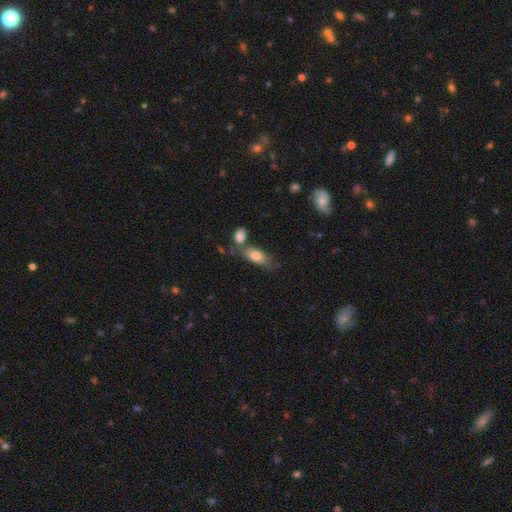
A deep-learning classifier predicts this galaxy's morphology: smooth 75%, featured or disk 18%, star or artifact 7%. Down the decision tree: how rounded — in between (80%); merging — none (52%).